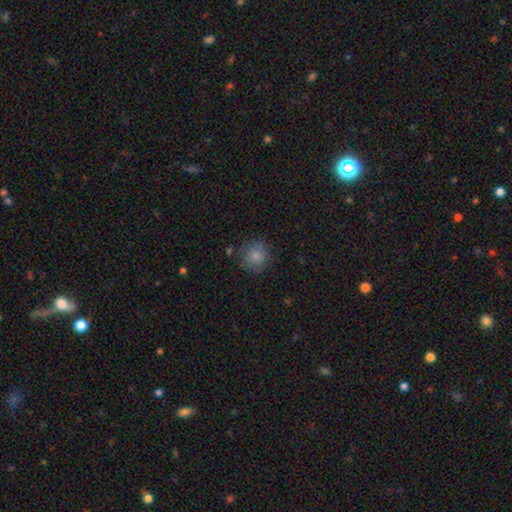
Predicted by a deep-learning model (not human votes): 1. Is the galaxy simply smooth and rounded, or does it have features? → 80% smooth, 11% featured or disk, 9% star or artifact.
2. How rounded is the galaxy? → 90% round, 10% in between, 1% cigar-shaped.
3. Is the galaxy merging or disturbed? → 75% none, 17% minor disturbance, 5% major disturbance, 3% merger.